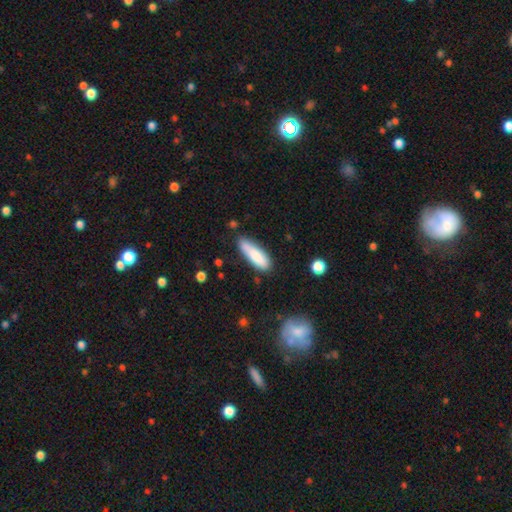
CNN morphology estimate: Smooth or featured? smooth (82%)
How rounded? cigar-shaped (54%)
Merging? none (74%)